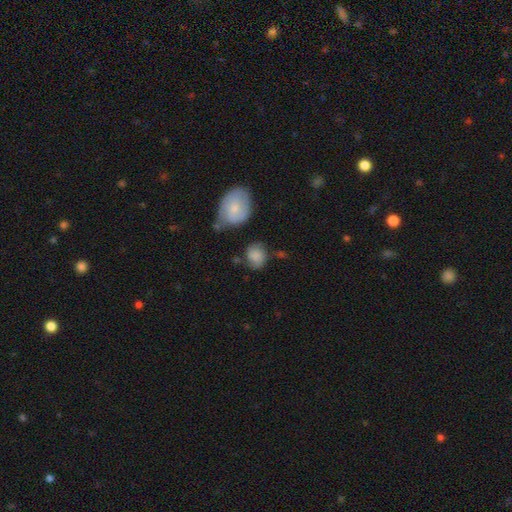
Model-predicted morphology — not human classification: Smooth or featured? Predicted: smooth (p=0.64). How rounded? Predicted: round (p=0.69). Merging? Predicted: none (p=0.56).